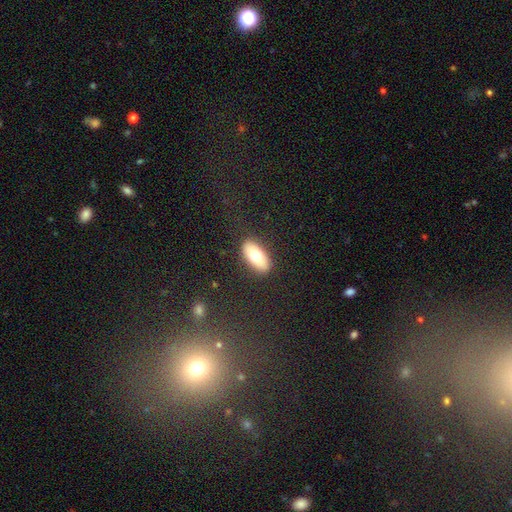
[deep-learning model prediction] Smooth or featured? Predicted: smooth (p=0.75). How rounded? Predicted: in between (p=0.86). Merging? Predicted: none (p=0.87).